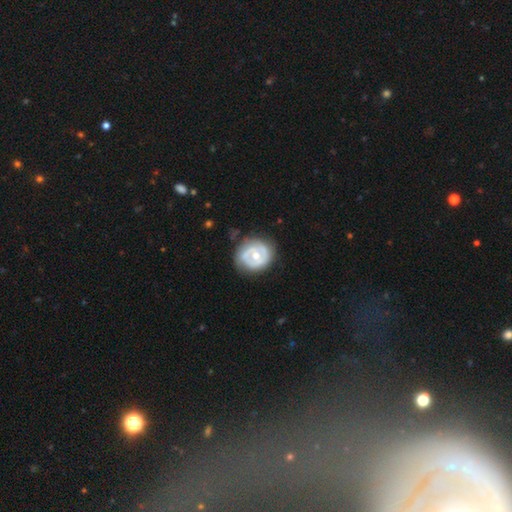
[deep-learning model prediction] smooth-or-featured: featured or disk: 64% | smooth: 31% | star or artifact: 4%
  disk-edge-on: no: 97% | yes: 3%
    bar: no: 68% | weak: 24% | strong: 8%
    has-spiral-arms: no: 59% | yes: 41%
    bulge-size: moderate: 71% | small: 24% | large: 3% | none: 1% | dominant: 1%
  merging: none: 72% | minor disturbance: 19% | major disturbance: 7% | merger: 2%